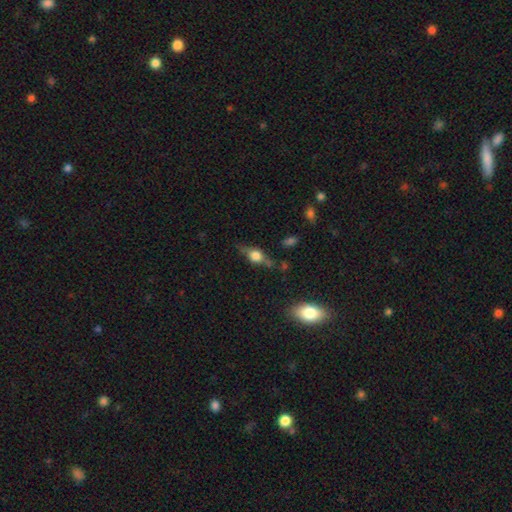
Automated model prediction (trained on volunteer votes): This appears to be a featured or disk galaxy (47%). Merging: none (68%).